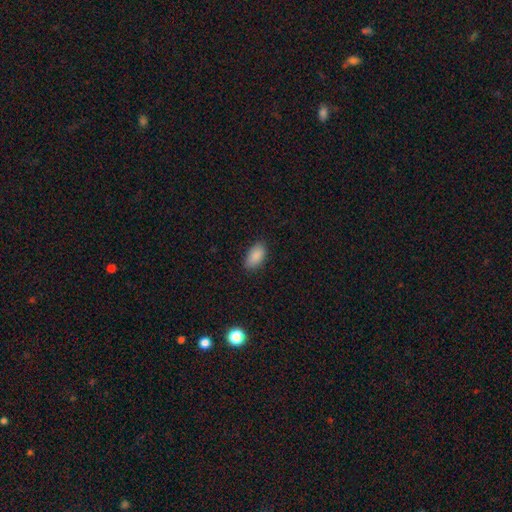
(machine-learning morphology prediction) A smooth galaxy with no disk features (88%) that is in between round and cigar-shaped (93%). Merging: none (85%).